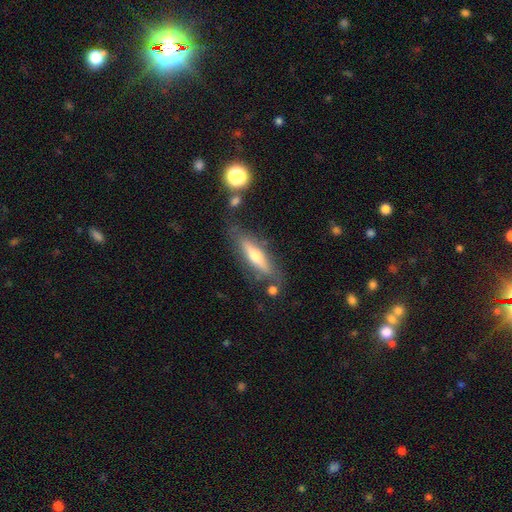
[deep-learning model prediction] smooth-or-featured: featured or disk: 55% | smooth: 39% | star or artifact: 7%
  disk-edge-on: yes: 86% | no: 14%
  merging: none: 74% | minor disturbance: 16% | merger: 5% | major disturbance: 5%